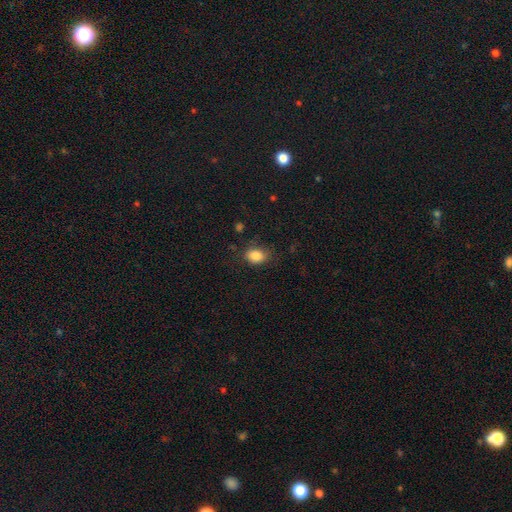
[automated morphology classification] This appears to be a smooth galaxy with no disk features (86%) that is in between round and cigar-shaped (69%). Merging: none (74%).